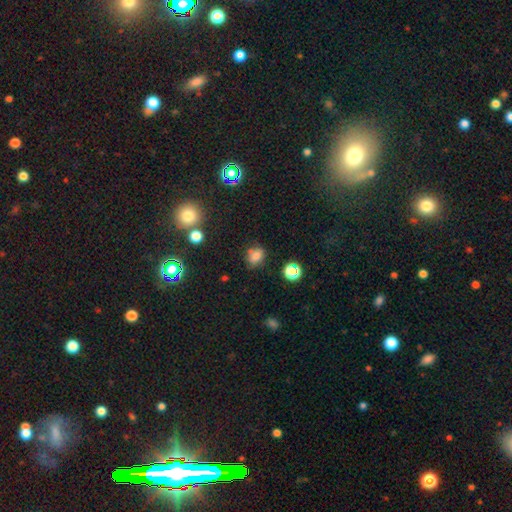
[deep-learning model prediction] Smooth or featured?
  - smooth: 71% *
  - star or artifact: 20%
  - featured or disk: 10%
How rounded?
  - round: 57% *
  - in between: 42%
  - cigar-shaped: 1%
Merging?
  - none: 69% *
  - minor disturbance: 18%
  - merger: 8%
  - major disturbance: 5%